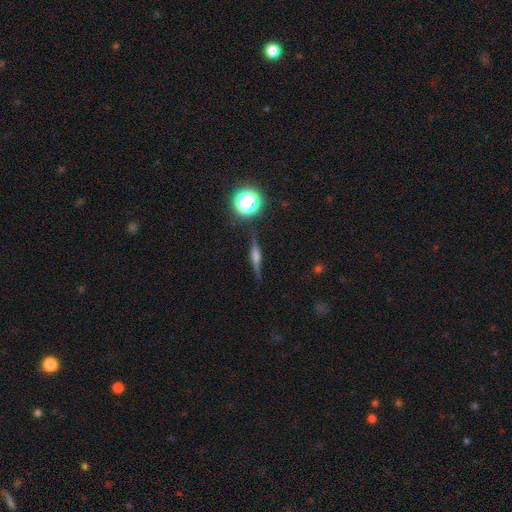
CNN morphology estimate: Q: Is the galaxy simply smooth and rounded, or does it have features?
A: featured or disk — 58%.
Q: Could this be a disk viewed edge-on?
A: yes — 95%.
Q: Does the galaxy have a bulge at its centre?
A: rounded — 62%.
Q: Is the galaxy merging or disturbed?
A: none — 83%.